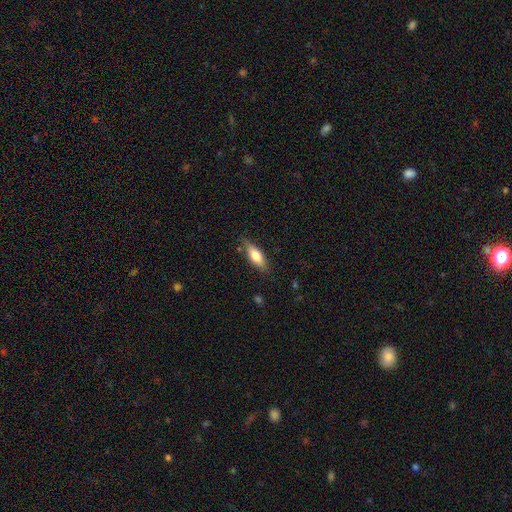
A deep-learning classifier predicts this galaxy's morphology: smooth-or-featured: smooth: 71% | featured or disk: 23% | star or artifact: 6%
  how-rounded: in between: 62% | cigar-shaped: 35% | round: 2%
  merging: none: 78% | minor disturbance: 16% | major disturbance: 3% | merger: 2%